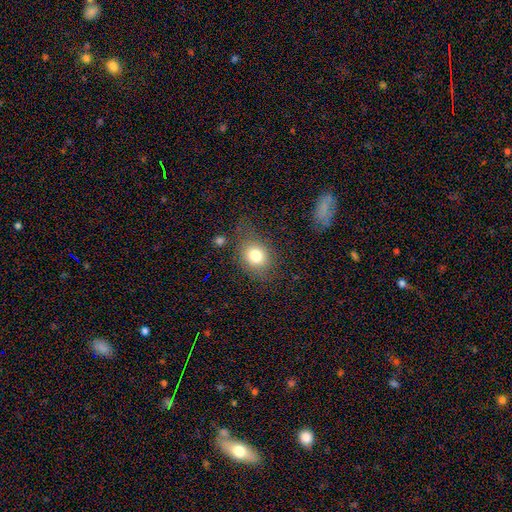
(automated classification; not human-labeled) Morphology: type=smooth (77%); roundness=round (53%); merging=none (65%).